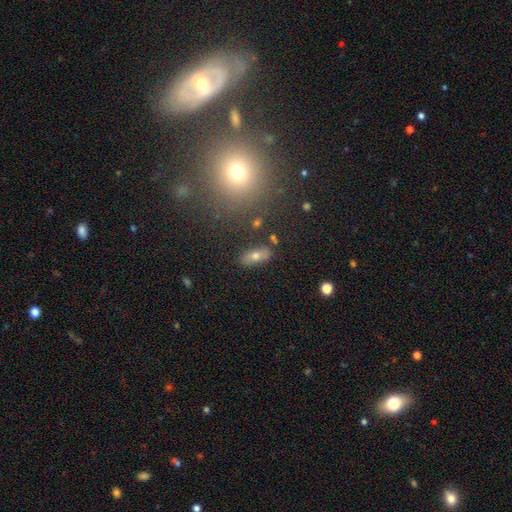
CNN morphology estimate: smooth-or-featured: smooth: 62% | featured or disk: 25% | star or artifact: 13%
  how-rounded: in between: 75% | cigar-shaped: 17% | round: 8%
  merging: none: 82% | minor disturbance: 11% | merger: 4% | major disturbance: 4%